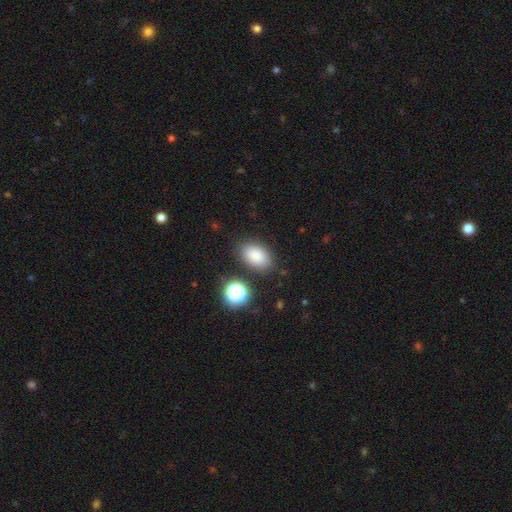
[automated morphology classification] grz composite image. It shows a smooth galaxy with no disk features (84%) that is in between round and cigar-shaped (88%). Merging: none (82%).